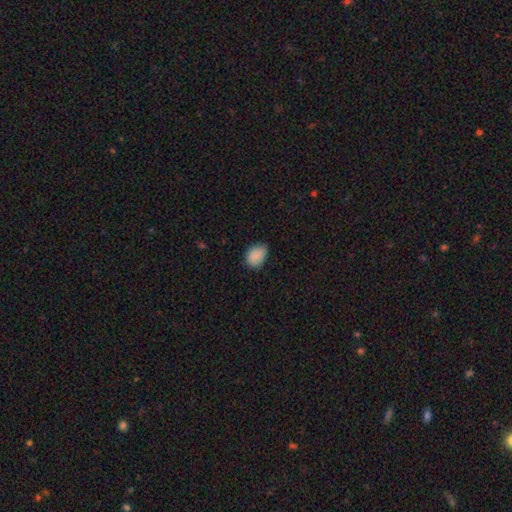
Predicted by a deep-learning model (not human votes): The model was most divided on "how rounded": in between: 69%, round: 30%, cigar-shaped: 1%. More confident: smooth or featured — smooth (89%); merging — none (75%).